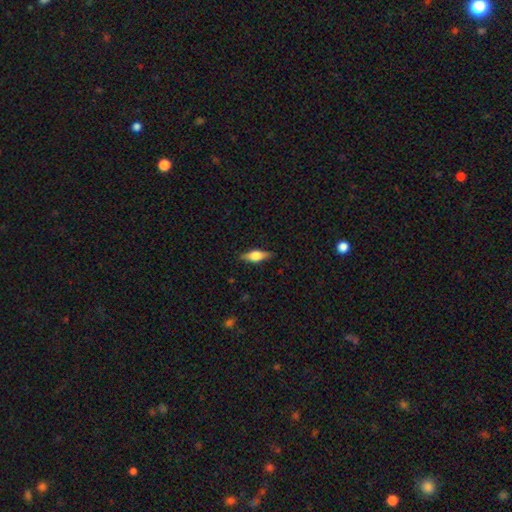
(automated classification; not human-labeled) Overall: featured or disk (54%; smooth 38%). Edge-on disk: yes (95%). Edge-on bulge: rounded (91%). Merging: none (87%).